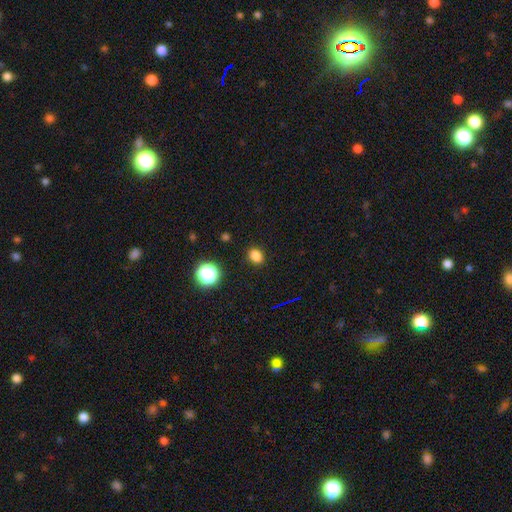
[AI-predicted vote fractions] A smooth galaxy with no disk features (81%) that is round (50%).

Vote fractions:
- Smooth or featured? smooth: 81% / star or artifact: 15% / featured or disk: 4%
- How rounded? round: 50% / in between: 49% / cigar-shaped: 1%
- Merging? none: 88% / minor disturbance: 8% / major disturbance: 2% / merger: 1%